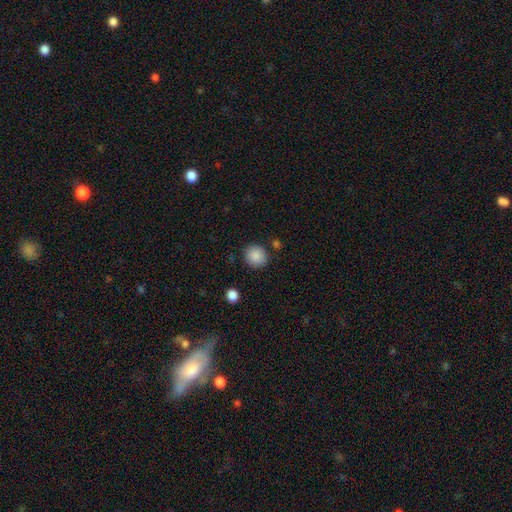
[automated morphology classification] A smooth galaxy with no disk features (88%) that is round (85%). Merging: none (86%).